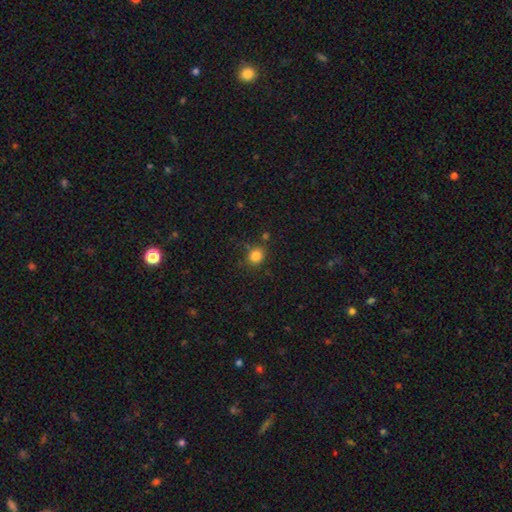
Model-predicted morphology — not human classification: Q: Smooth or featured?
A: smooth (82%); runner-up: star or artifact (12%)
Q: How rounded?
A: round (76%); runner-up: in between (23%)
Q: Merging?
A: none (79%); runner-up: minor disturbance (12%)